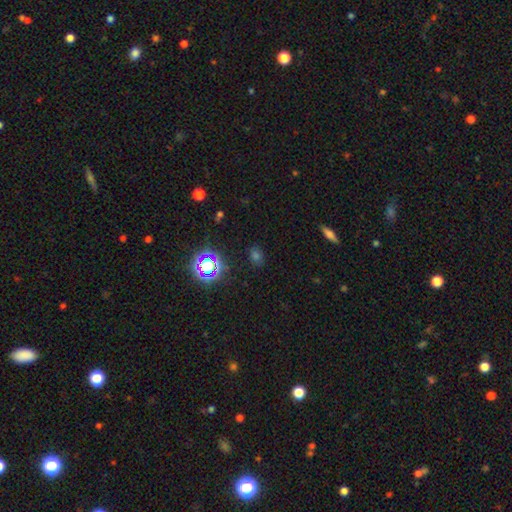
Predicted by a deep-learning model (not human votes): A smooth galaxy with no disk features (51%) that is round (51%). Merging: none (84%).